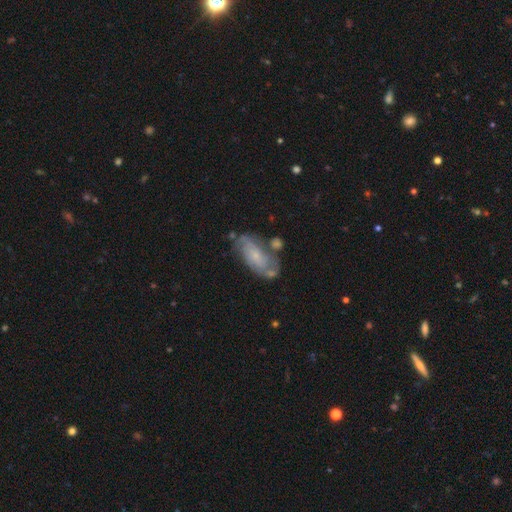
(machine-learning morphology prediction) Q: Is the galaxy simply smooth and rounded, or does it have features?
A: featured or disk — 61%.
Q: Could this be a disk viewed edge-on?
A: no — 91%.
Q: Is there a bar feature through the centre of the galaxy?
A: no — 71%.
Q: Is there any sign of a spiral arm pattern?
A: yes — 78%.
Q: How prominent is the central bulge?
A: small — 73%.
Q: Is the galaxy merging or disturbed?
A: none — 55%.